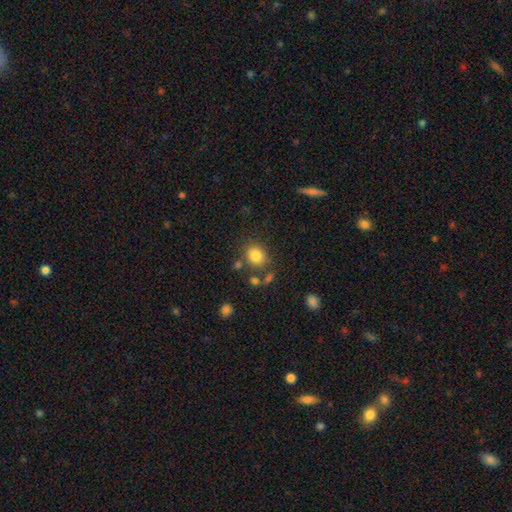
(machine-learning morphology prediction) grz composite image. It shows a smooth galaxy with no disk features (82%) that is round (63%). Merging: none (73%).